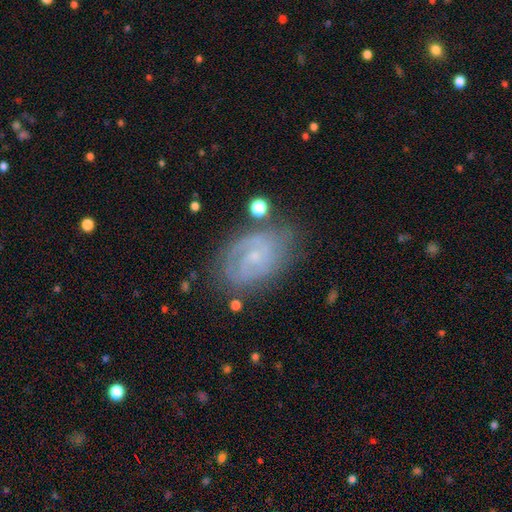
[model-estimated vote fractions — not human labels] smooth-or-featured: featured or disk: 81% | smooth: 12% | star or artifact: 7%
  disk-edge-on: no: 97% | yes: 3%
    bar: no: 58% | weak: 36% | strong: 6%
    has-spiral-arms: yes: 94% | no: 6%
      spiral-winding: tight: 60% | medium: 32% | loose: 8%
      spiral-arm-count: 2: 50% | can't tell: 25% | 3: 11% | 1: 7% | 4: 4% | more than 4: 3%
    bulge-size: small: 78% | moderate: 14% | none: 7% | large: 1% | dominant: 1%
  merging: none: 70% | minor disturbance: 19% | major disturbance: 8% | merger: 3%